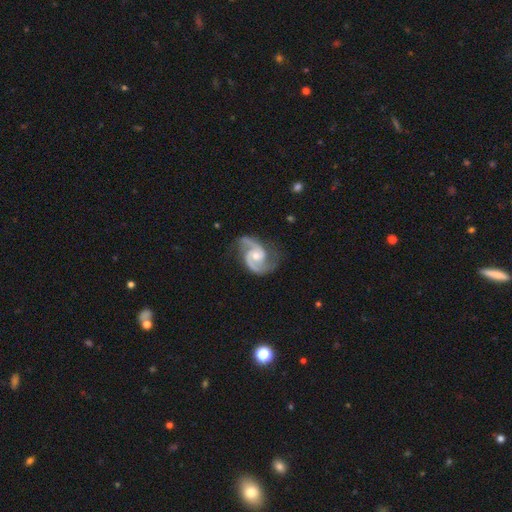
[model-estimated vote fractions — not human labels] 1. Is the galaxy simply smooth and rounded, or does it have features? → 93% featured or disk, 4% star or artifact, 4% smooth.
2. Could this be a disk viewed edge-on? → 98% no, 2% yes.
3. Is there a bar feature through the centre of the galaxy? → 58% no, 34% weak, 8% strong.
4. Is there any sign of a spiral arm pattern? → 98% yes, 2% no.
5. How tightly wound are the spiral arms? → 62% medium, 20% tight, 17% loose.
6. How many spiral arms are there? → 93% 2, 2% 3, 2% can't tell, 1% 1, 1% 4, 1% more than 4.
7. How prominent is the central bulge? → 55% moderate, 40% small, 2% large, 2% none, 1% dominant.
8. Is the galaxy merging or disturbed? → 74% none, 18% minor disturbance, 7% major disturbance, 2% merger.